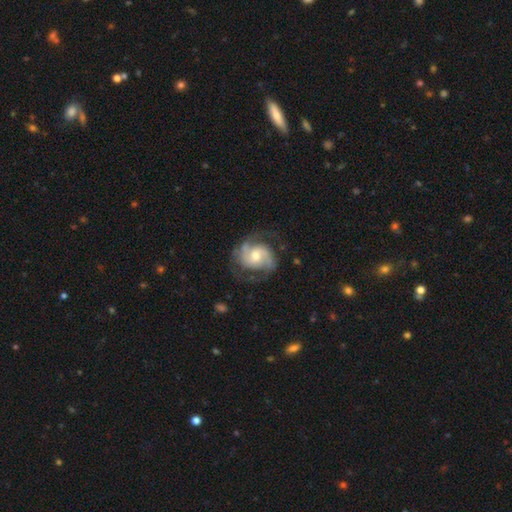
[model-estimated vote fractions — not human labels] Smooth or featured: featured or disk — 85% (smooth — 10%)
Edge-on disk: no — 98% (yes — 2%)
Bar: no — 55% (weak — 37%)
Spiral arms: yes — 96% (no — 4%)
Spiral winding: medium — 51% (tight — 31%)
Spiral arm count: 2 — 82% (can't tell — 7%)
Bulge size: moderate — 63% (small — 27%)
Merging: none — 68% (minor disturbance — 19%)